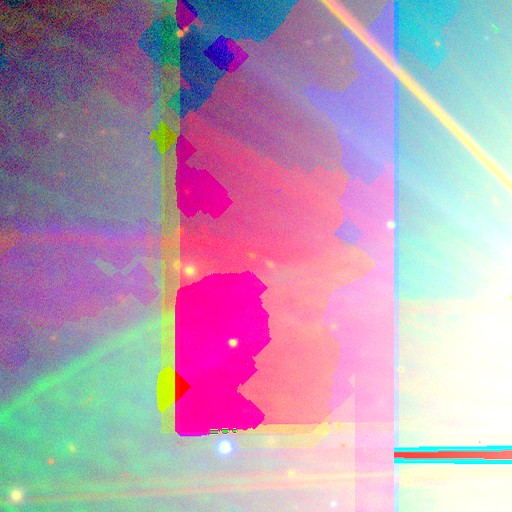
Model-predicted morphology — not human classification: star or artifact 85%, featured or disk 9%, smooth 6%.